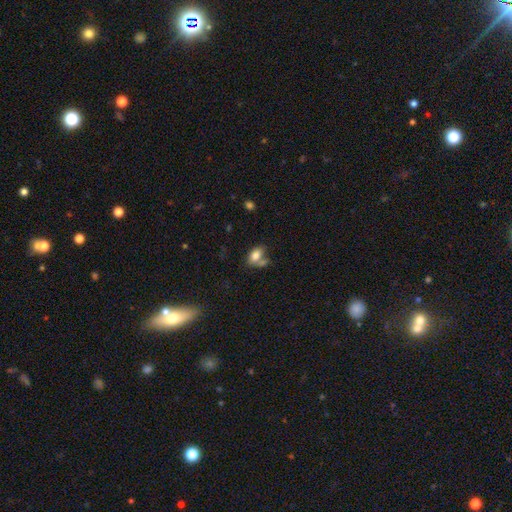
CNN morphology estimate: smooth_or_featured: smooth (p=0.79) [alt: featured or disk p=0.12]
how_rounded: in between (p=0.87) [alt: round p=0.10]
merging: none (p=0.43) [alt: merger p=0.33]